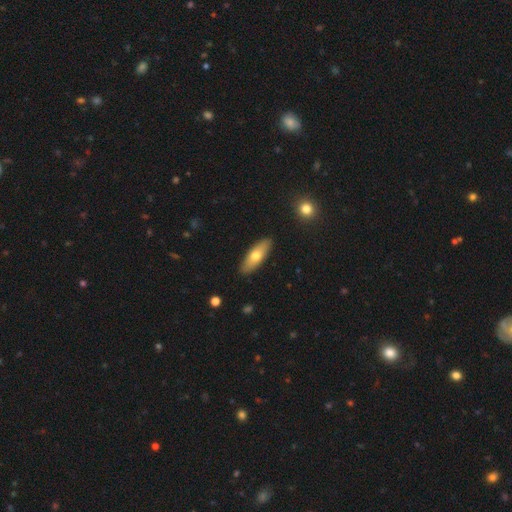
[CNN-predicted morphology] A smooth galaxy with no disk features (63%) that is in between round and cigar-shaped (58%). Merging: none (89%).